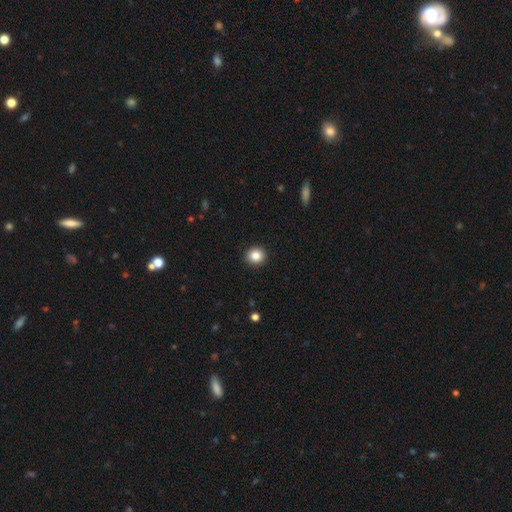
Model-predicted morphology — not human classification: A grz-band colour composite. It shows a smooth galaxy with no disk features (85%) that is round (86%). Merging: none (93%).